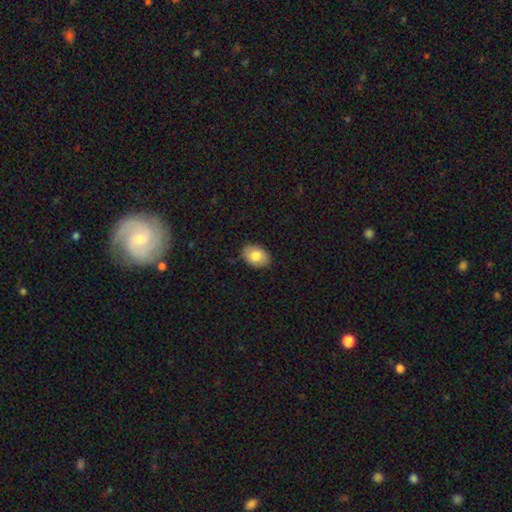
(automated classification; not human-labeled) Smooth or featured? smooth (80%)
How rounded? in between (77%)
Merging? none (87%)